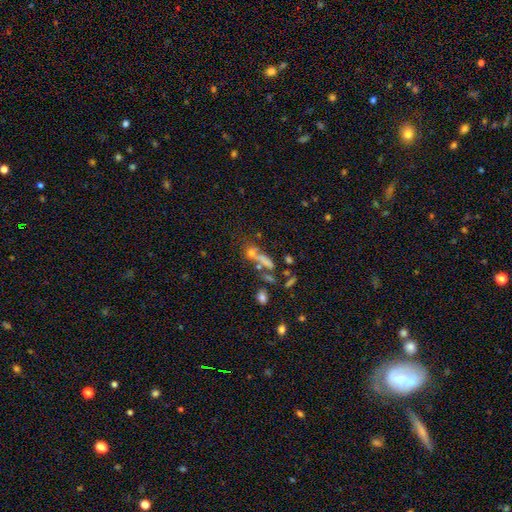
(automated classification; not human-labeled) Smooth or featured? Predicted: smooth (p=0.42). Merging? Predicted: none (p=0.41).